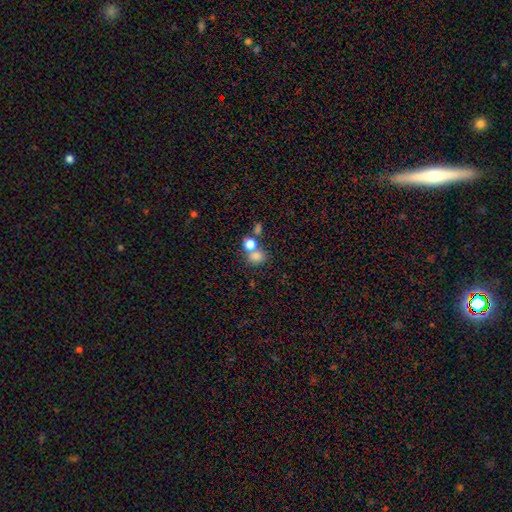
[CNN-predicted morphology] smooth-or-featured: smooth: 77% | star or artifact: 14% | featured or disk: 10%
  how-rounded: round: 66% | in between: 33% | cigar-shaped: 1%
  merging: none: 44% | merger: 43% | minor disturbance: 9% | major disturbance: 4%